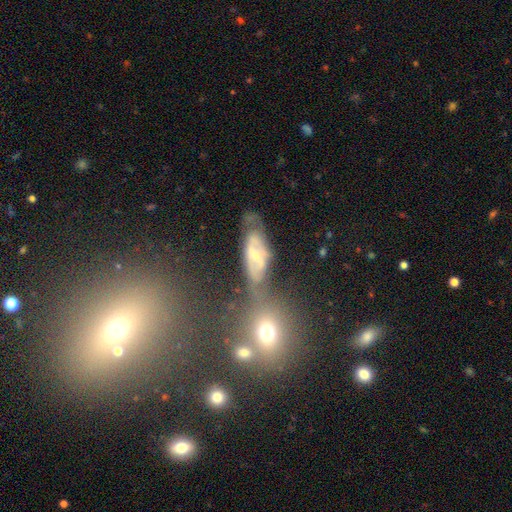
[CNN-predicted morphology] This appears to be a featured or disk galaxy (67%) with a weak bar (41%), spiral arms (75%) and a small central bulge (59%). Merging: none (47%).